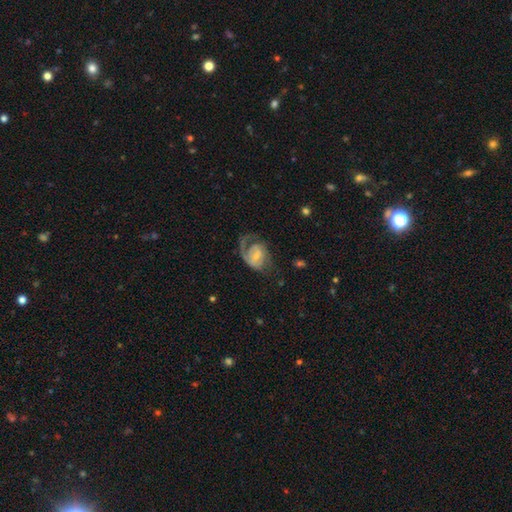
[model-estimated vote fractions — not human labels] Q: Smooth or featured?
A: featured or disk (75%); runner-up: smooth (20%)
Q: Edge-on disk?
A: no (97%); runner-up: yes (3%)
Q: Bar?
A: weak (47%); runner-up: no (40%)
Q: Spiral arms?
A: yes (88%); runner-up: no (12%)
Q: Spiral winding?
A: medium (42%); runner-up: tight (31%)
Q: Spiral arm count?
A: 1 (49%); runner-up: 2 (35%)
Q: Bulge size?
A: small (57%); runner-up: moderate (28%)
Q: Merging?
A: none (40%); runner-up: major disturbance (38%)